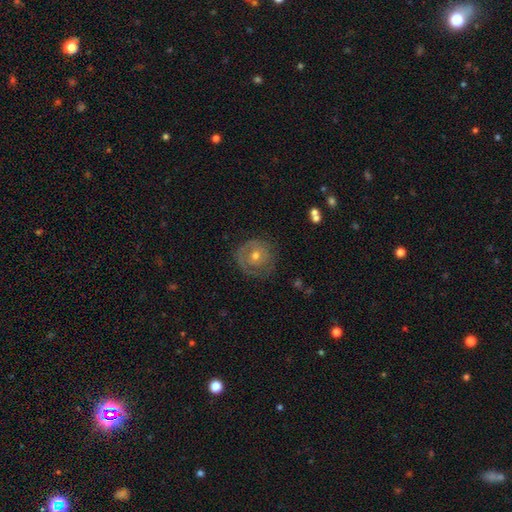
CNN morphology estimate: This is possibly a featured or disk galaxy (58%). It is clearly not viewed edge-on (96%). Bar: clearly no (80%). Spiral arm pattern: possibly yes (55%). Central bulge: possibly moderate (60%). Merging: likely none (74%).